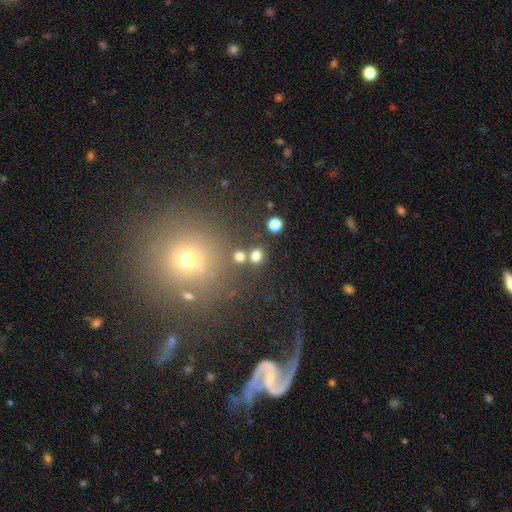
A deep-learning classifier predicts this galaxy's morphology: Overall: smooth (77%). How rounded: round (79%). Merging: none (77%).